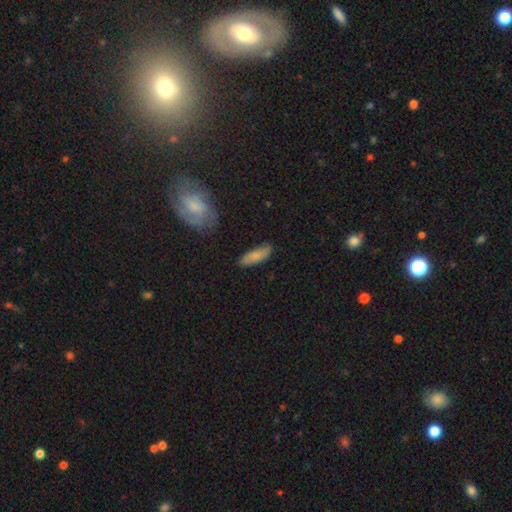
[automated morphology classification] Smooth or featured? smooth (80%)
How rounded? cigar-shaped (49%)
Merging? none (82%)